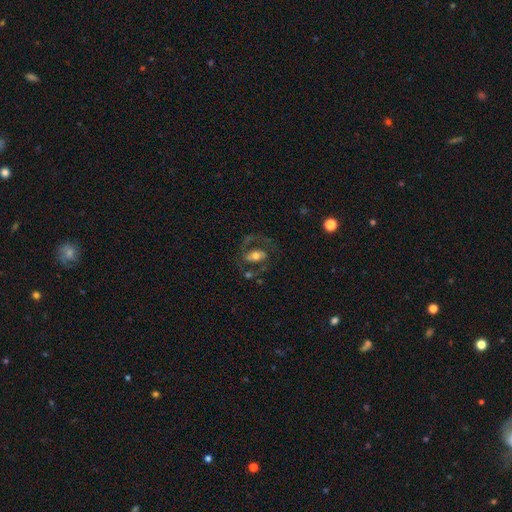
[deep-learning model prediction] Morphology: type=featured or disk (60%); edge-on=no (94%); bar=no (46%); spiral arms=yes (62%); bulge=moderate (60%); merging=none (59%).